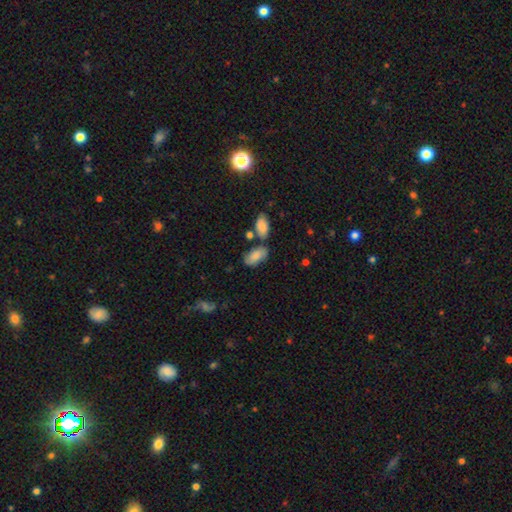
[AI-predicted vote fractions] smooth_or_featured: smooth (p=0.79) [alt: featured or disk p=0.13]
how_rounded: in between (p=0.93) [alt: round p=0.04]
merging: none (p=0.57) [alt: minor disturbance p=0.20]